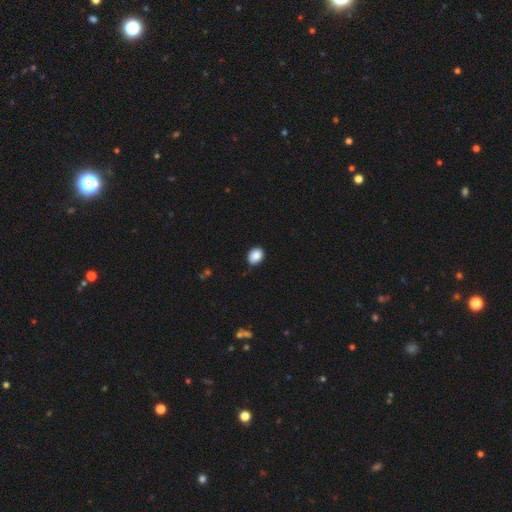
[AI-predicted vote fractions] Smooth or featured?
  - smooth: 88% *
  - star or artifact: 8%
  - featured or disk: 4%
How rounded?
  - in between: 56% *
  - round: 43%
  - cigar-shaped: 1%
Merging?
  - none: 78% *
  - minor disturbance: 18%
  - major disturbance: 3%
  - merger: 1%